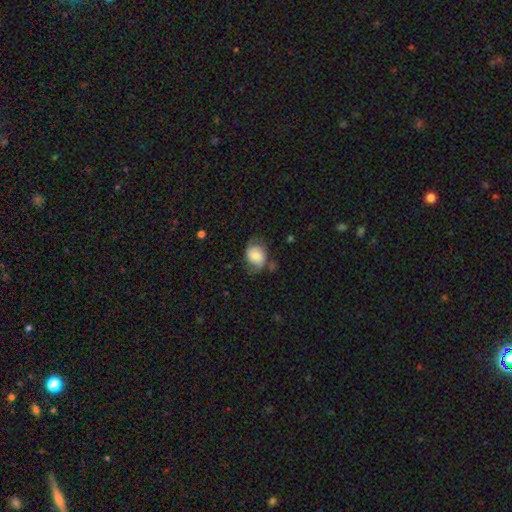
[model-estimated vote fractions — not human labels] This is likely a smooth galaxy (63%). How rounded: possibly round (50%). Merging: possibly none (51%).